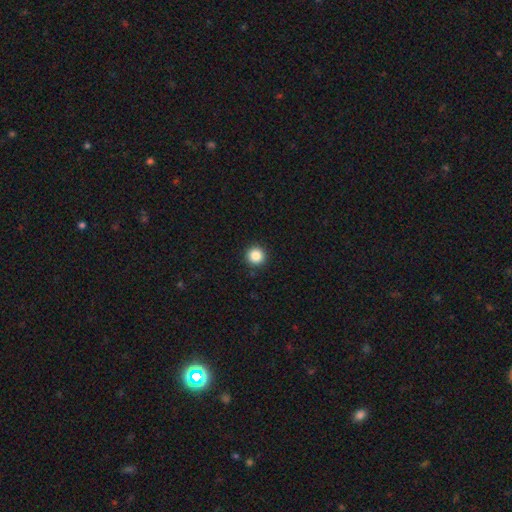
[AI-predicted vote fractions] A smooth galaxy with no disk features (86%) that is round (96%). Merging: none (93%).